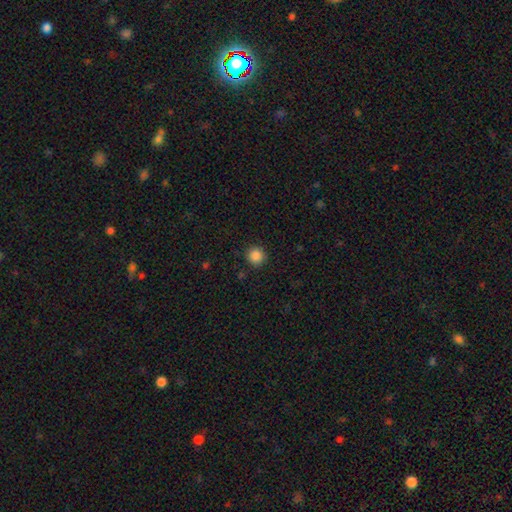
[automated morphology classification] Smooth or featured? Predicted: smooth (p=0.87). How rounded? Predicted: round (p=0.93). Merging? Predicted: none (p=0.90).